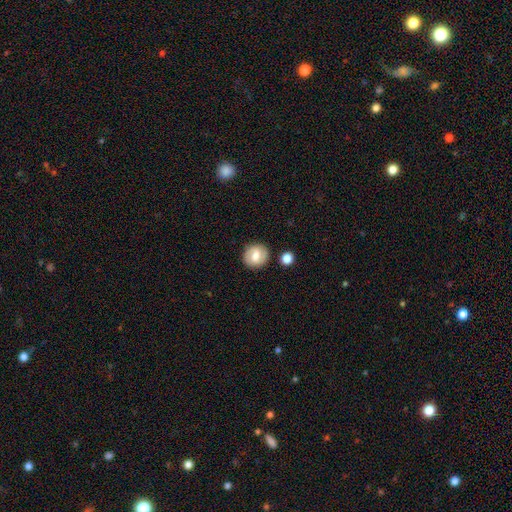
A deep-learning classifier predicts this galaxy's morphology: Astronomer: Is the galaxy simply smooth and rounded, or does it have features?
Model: smooth — 60%.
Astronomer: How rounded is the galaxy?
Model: round — 86%.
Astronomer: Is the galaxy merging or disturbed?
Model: none — 85%.